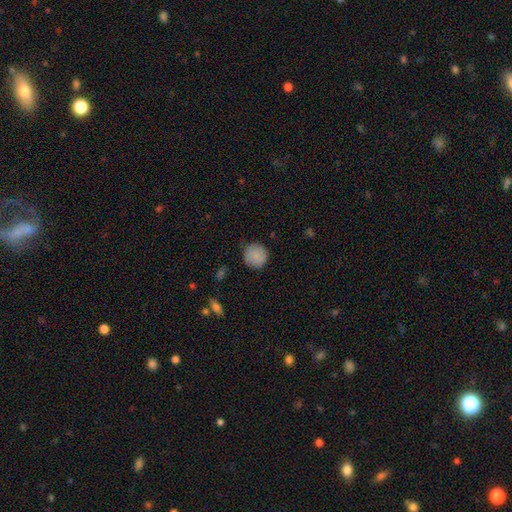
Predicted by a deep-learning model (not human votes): Smooth or featured: smooth — 85% (star or artifact — 8%)
How rounded: round — 92% (in between — 7%)
Merging: none — 83% (minor disturbance — 13%)